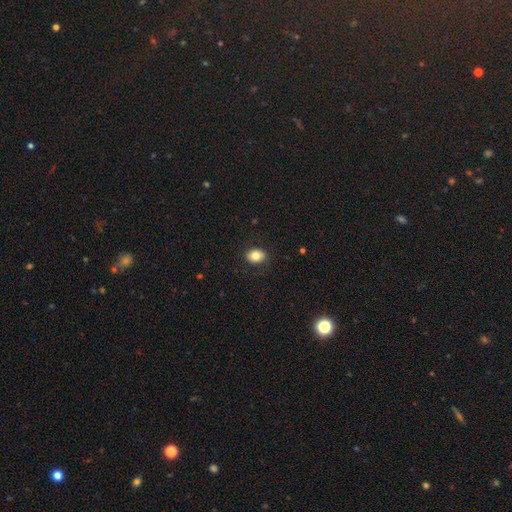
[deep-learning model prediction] A smooth galaxy with no disk features (81%) that is in between round and cigar-shaped (66%).

Vote fractions:
- Smooth or featured? smooth: 81% / featured or disk: 10% / star or artifact: 9%
- How rounded? in between: 66% / round: 33% / cigar-shaped: 1%
- Merging? none: 86% / minor disturbance: 10% / major disturbance: 3% / merger: 1%